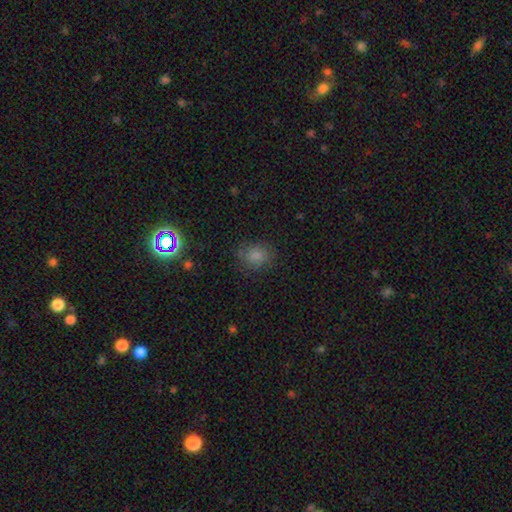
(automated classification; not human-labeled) This appears to be a smooth galaxy with no disk features (78%) that is round (60%). Merging: none (77%).